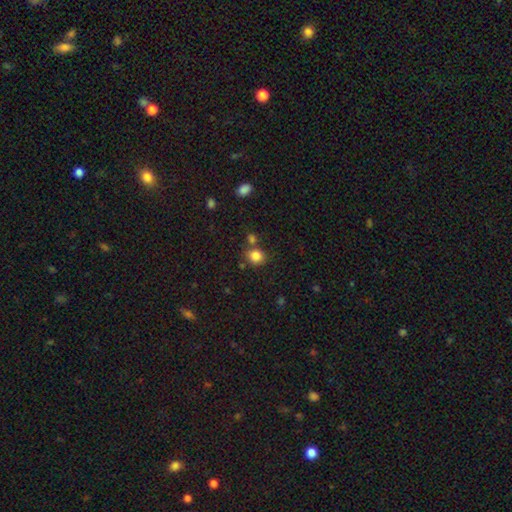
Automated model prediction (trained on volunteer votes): This appears to be a smooth galaxy with no disk features (84%) that is round (77%). Merging: none (71%).